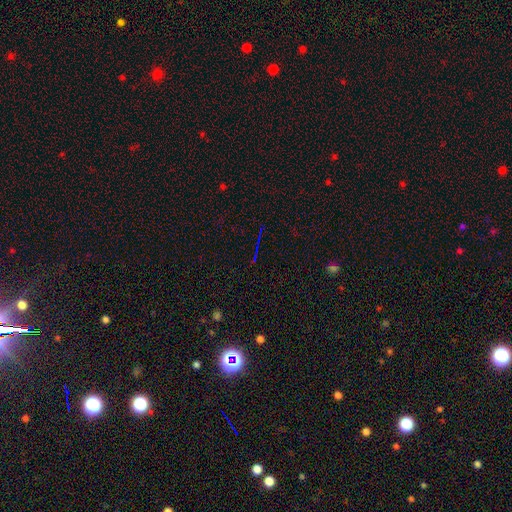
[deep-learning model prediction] Smooth or featured: star or artifact — 71% (featured or disk — 14%)